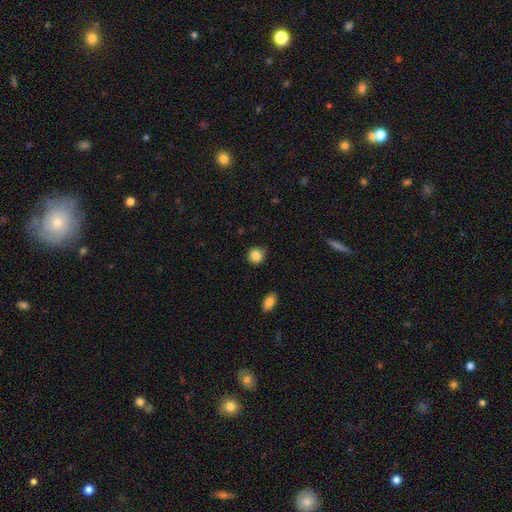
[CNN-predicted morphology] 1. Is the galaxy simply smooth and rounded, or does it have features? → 85% smooth, 9% star or artifact, 6% featured or disk.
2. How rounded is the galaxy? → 86% round, 14% in between, 1% cigar-shaped.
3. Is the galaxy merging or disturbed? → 80% none, 15% minor disturbance, 3% major disturbance, 1% merger.